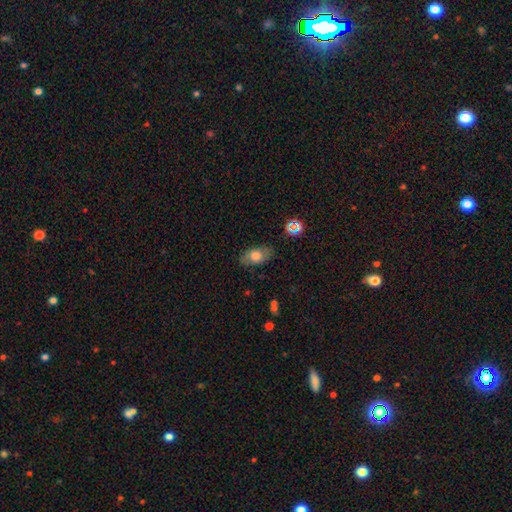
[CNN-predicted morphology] A smooth galaxy with no disk features (67%) that is in between round and cigar-shaped (87%). Merging: none (78%).